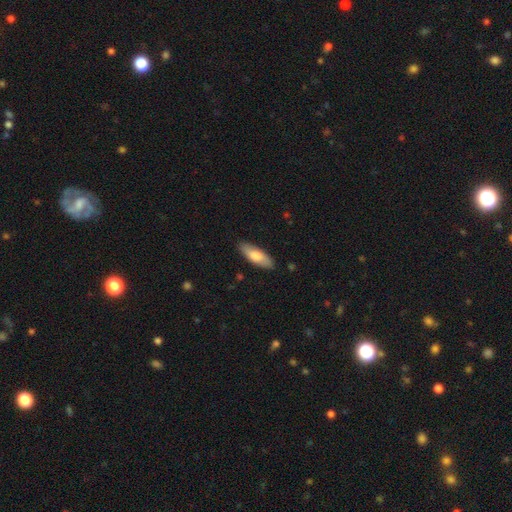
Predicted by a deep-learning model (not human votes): Smooth or featured? smooth (71%)
How rounded? in between (68%)
Merging? none (87%)